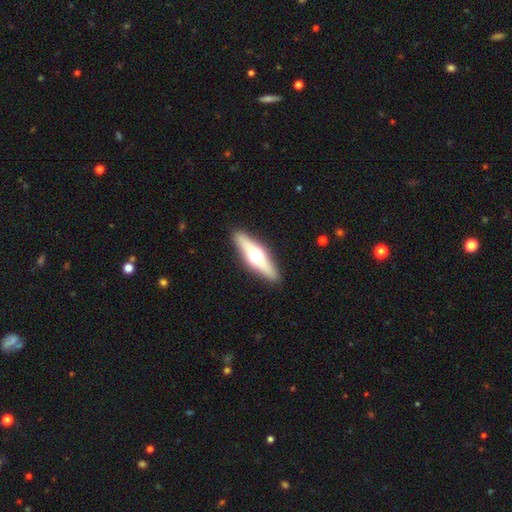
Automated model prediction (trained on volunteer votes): smooth-or-featured: featured or disk: 58% | smooth: 37% | star or artifact: 6%
  disk-edge-on: yes: 92% | no: 8%
    edge-on-bulge: rounded: 95% | boxy: 3% | none: 2%
  merging: none: 90% | minor disturbance: 7% | major disturbance: 2% | merger: 1%